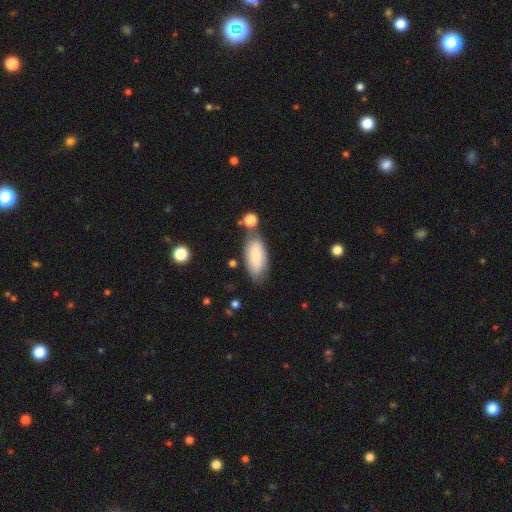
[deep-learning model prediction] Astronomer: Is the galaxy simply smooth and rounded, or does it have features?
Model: smooth — 78%.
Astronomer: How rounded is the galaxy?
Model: in between — 84%.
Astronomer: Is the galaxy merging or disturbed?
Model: none — 63%.